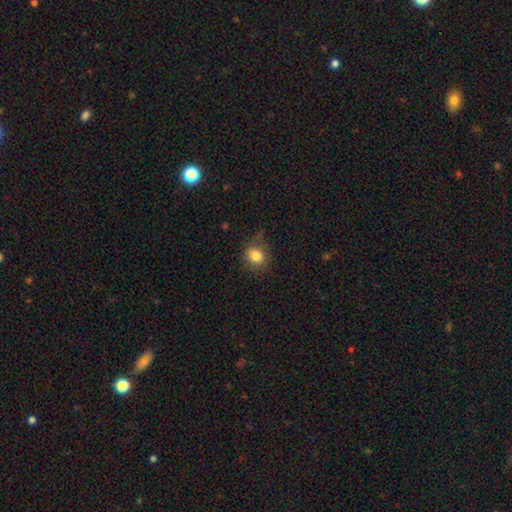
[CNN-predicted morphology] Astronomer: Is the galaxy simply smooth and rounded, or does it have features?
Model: smooth — 83%.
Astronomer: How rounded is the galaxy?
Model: round — 66%.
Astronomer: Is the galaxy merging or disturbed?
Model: none — 71%.